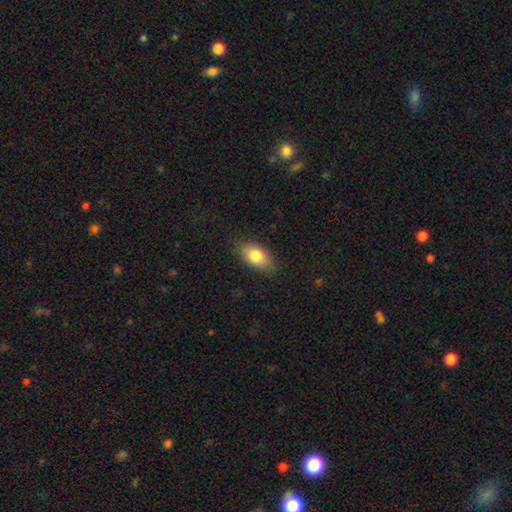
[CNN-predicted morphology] Smooth or featured: smooth — 82% (featured or disk — 11%)
How rounded: in between — 91% (round — 5%)
Merging: none — 84% (minor disturbance — 12%)